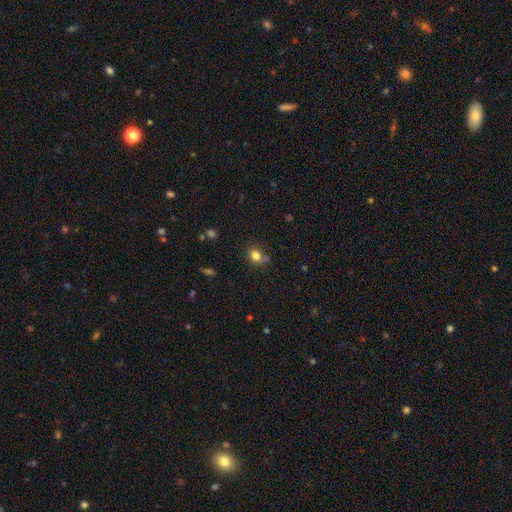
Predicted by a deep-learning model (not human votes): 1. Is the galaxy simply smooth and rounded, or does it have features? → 80% smooth, 13% star or artifact, 7% featured or disk.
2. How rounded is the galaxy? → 64% round, 35% in between, 1% cigar-shaped.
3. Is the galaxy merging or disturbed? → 70% none, 15% minor disturbance, 11% merger, 4% major disturbance.